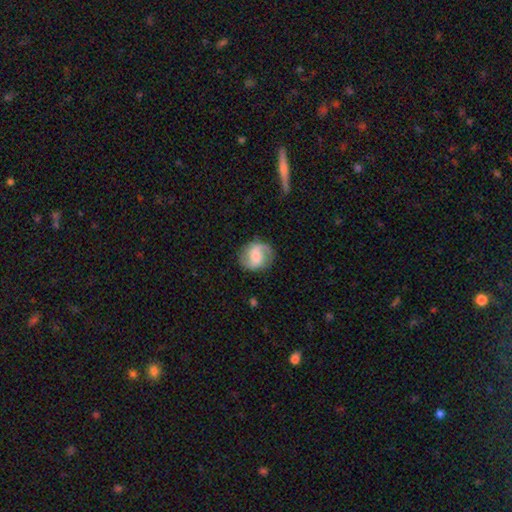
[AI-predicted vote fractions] Smooth or featured? Predicted: featured or disk (p=0.69). Edge-on disk? Predicted: no (p=0.98). Bar? Predicted: weak (p=0.46). Spiral arms? Predicted: yes (p=0.94). Spiral winding? Predicted: medium (p=0.44). Spiral arm count? Predicted: 2 (p=0.88). Bulge size? Predicted: moderate (p=0.45). Merging? Predicted: none (p=0.81).